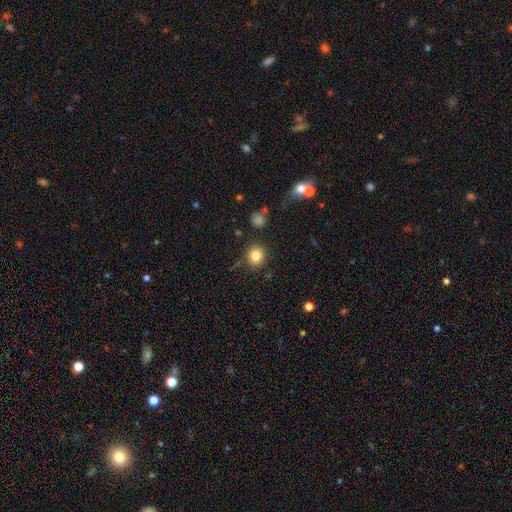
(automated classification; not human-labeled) A smooth galaxy with no disk features (83%) that is round (87%). Merging: none (84%).